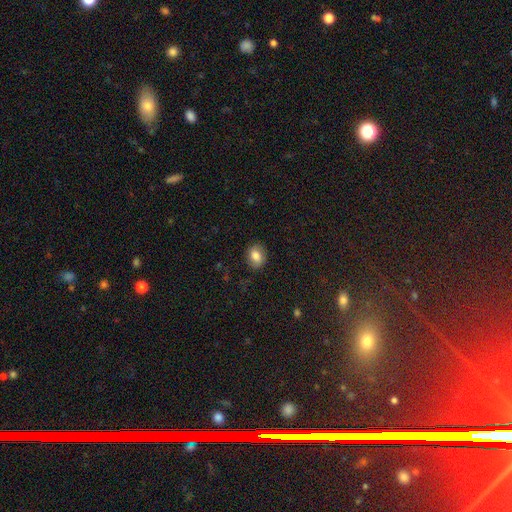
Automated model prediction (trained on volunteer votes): The model was most divided on "how rounded": in between: 50%, round: 49%, cigar-shaped: 1%. More confident: merging — none (85%); smooth or featured — smooth (79%).